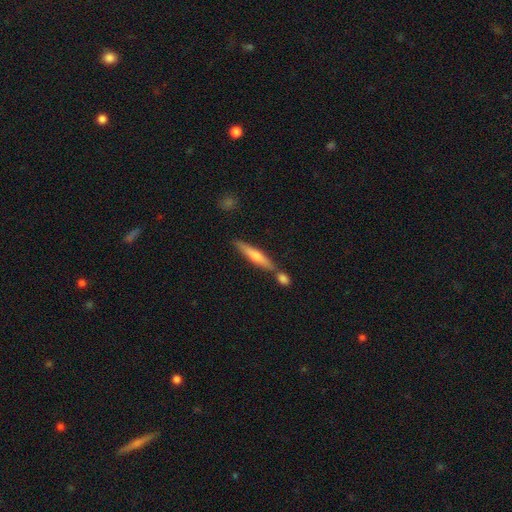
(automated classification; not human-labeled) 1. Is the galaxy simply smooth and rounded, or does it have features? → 49% smooth, 45% featured or disk, 6% star or artifact.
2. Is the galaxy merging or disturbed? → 71% none, 16% merger, 11% minor disturbance, 2% major disturbance.